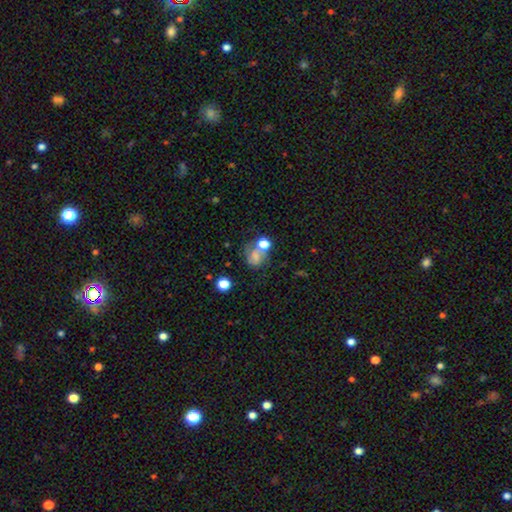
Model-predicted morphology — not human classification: Smooth or featured? Predicted: smooth (p=0.53). How rounded? Predicted: round (p=0.56). Merging? Predicted: none (p=0.35).